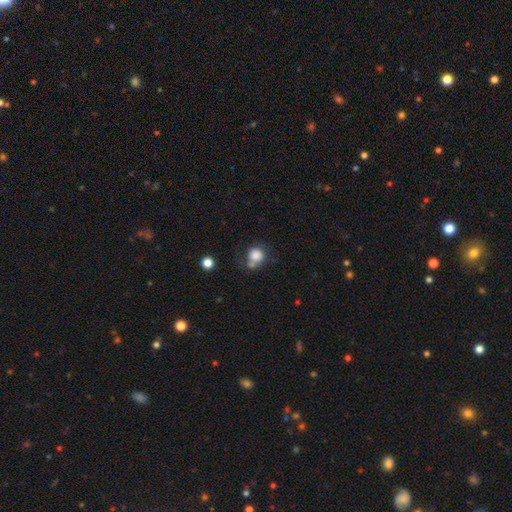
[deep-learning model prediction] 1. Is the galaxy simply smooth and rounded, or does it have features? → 83% smooth, 10% star or artifact, 7% featured or disk.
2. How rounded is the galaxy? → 86% round, 13% in between, 1% cigar-shaped.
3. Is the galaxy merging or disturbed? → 55% none, 20% merger, 17% minor disturbance, 8% major disturbance.